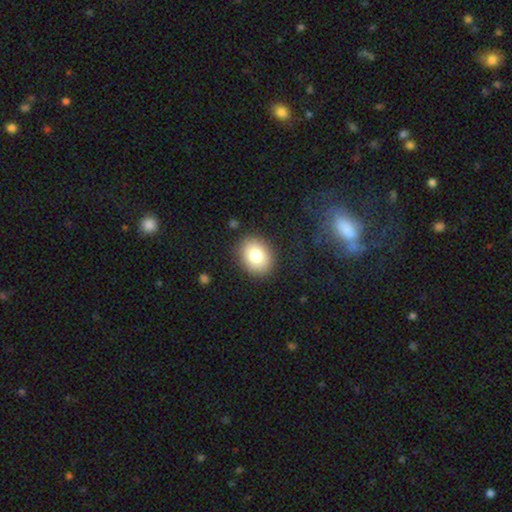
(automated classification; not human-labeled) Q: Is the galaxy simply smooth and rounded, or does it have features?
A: smooth — 79%.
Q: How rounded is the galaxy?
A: in between — 57%.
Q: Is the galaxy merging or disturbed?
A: none — 86%.